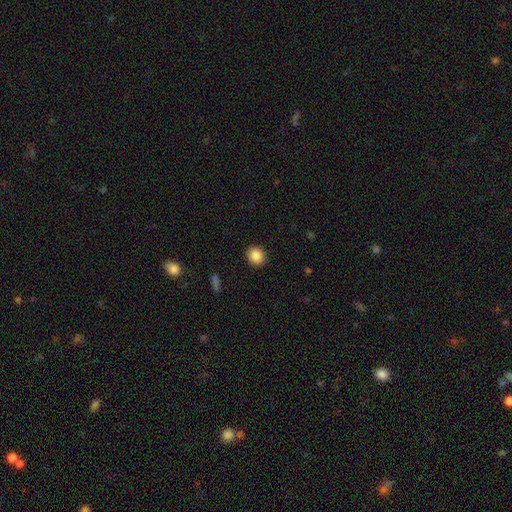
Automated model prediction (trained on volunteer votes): smooth-or-featured: smooth: 87% | star or artifact: 9% | featured or disk: 4%
  how-rounded: round: 80% | in between: 19% | cigar-shaped: 1%
  merging: none: 91% | minor disturbance: 6% | major disturbance: 2% | merger: 1%